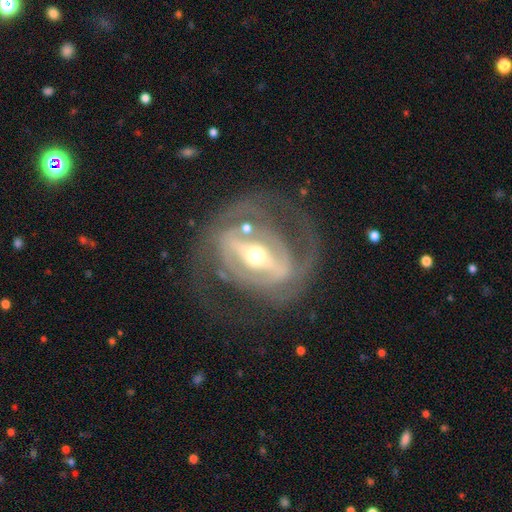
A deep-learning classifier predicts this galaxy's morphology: featured or disk 87%, smooth 8%, star or artifact 6%. Down the decision tree: edge-on disk — no (93%); bar — strong (71%); spiral arms — yes (79%); spiral arm count — 2 (65%); spiral winding — medium (42%, tied with tight); bulge size — moderate (56%); merging — none (62%).